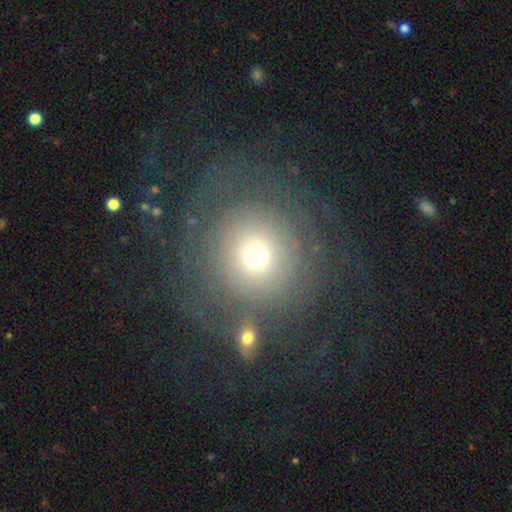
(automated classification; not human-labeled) Overall: featured or disk (46%; smooth 40%). Merging: none (65%).